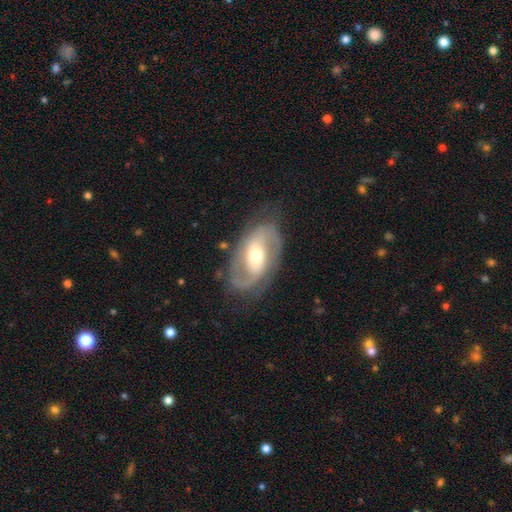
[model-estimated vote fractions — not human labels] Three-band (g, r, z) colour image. It shows a featured or disk galaxy (84%) with a weak bar (40%), 2 (88%) medium (49%) spiral arms (93%) and a moderate central bulge (60%). Merging: none (74%).